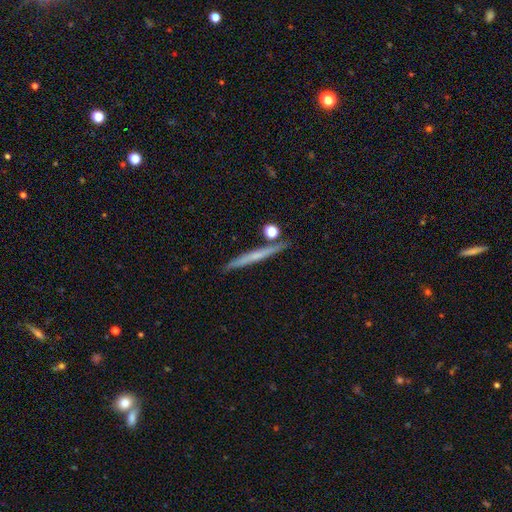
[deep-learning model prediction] smooth-or-featured: featured or disk: 49% | smooth: 44% | star or artifact: 7%
  merging: none: 85% | minor disturbance: 8% | merger: 5% | major disturbance: 2%